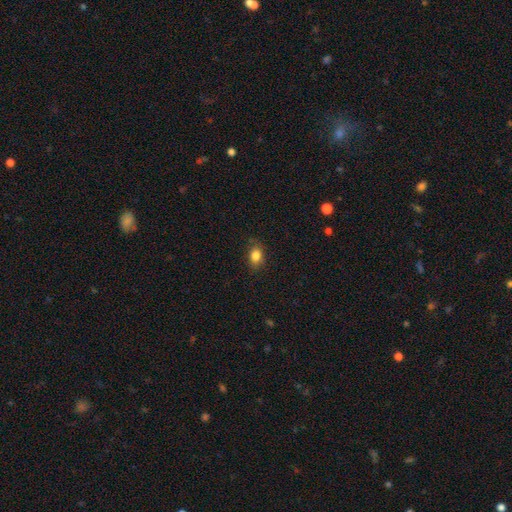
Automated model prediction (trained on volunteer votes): Q: Smooth or featured?
A: smooth (84%); runner-up: star or artifact (10%)
Q: How rounded?
A: in between (67%); runner-up: round (32%)
Q: Merging?
A: none (81%); runner-up: minor disturbance (15%)